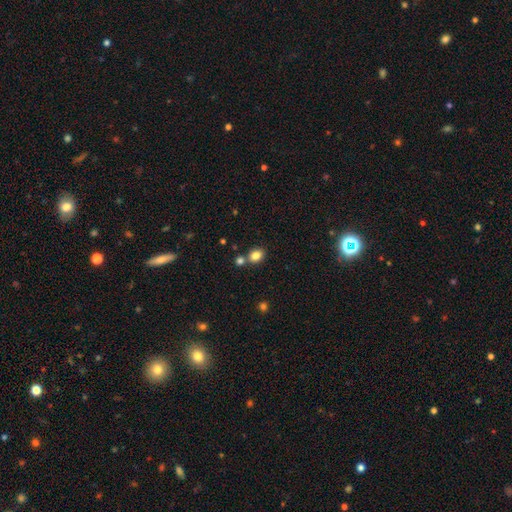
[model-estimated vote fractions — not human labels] The model was most divided on "how rounded": in between: 54%, round: 45%, cigar-shaped: 1%. More confident: smooth or featured — smooth (83%); merging — none (66%).